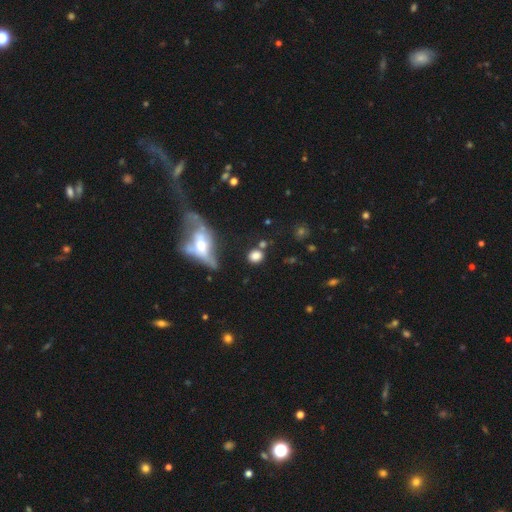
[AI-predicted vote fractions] Q: Smooth or featured?
A: smooth (78%); runner-up: star or artifact (11%)
Q: How rounded?
A: round (67%); runner-up: in between (30%)
Q: Merging?
A: none (67%); runner-up: minor disturbance (14%)